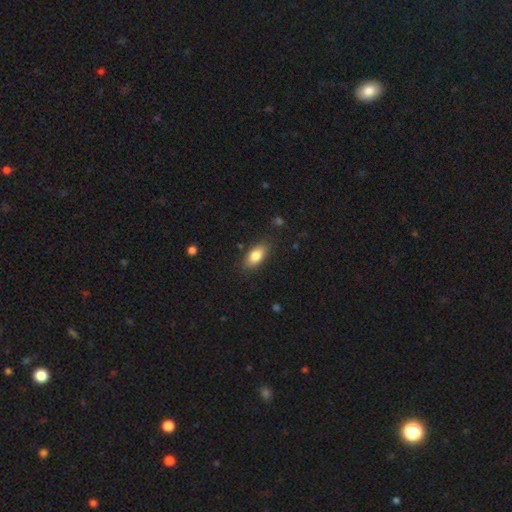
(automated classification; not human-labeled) Smooth or featured?
  - smooth: 82% *
  - featured or disk: 10%
  - star or artifact: 7%
How rounded?
  - in between: 89% *
  - cigar-shaped: 6%
  - round: 5%
Merging?
  - none: 84% *
  - minor disturbance: 12%
  - major disturbance: 3%
  - merger: 1%